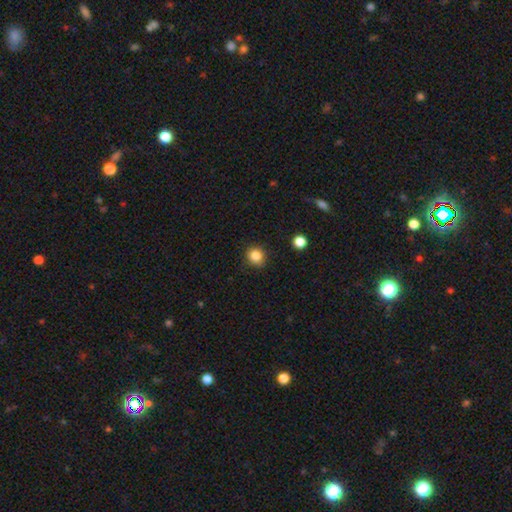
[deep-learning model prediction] Smooth or featured?
  - smooth: 84% *
  - star or artifact: 11%
  - featured or disk: 4%
How rounded?
  - round: 84% *
  - in between: 15%
  - cigar-shaped: 1%
Merging?
  - none: 89% *
  - minor disturbance: 8%
  - major disturbance: 2%
  - merger: 1%